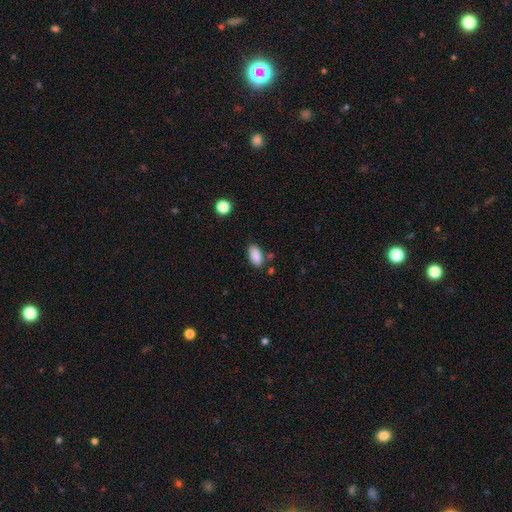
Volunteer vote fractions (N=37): smooth 89%, star or artifact 8%, featured or disk 3%. Down the decision tree: how rounded — in between (97%); merging — none (85%).